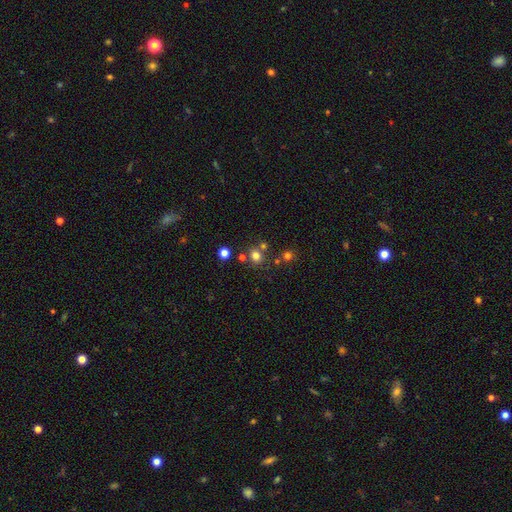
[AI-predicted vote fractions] Overall: smooth (74%). How rounded: round (82%). Merging: none (70%).